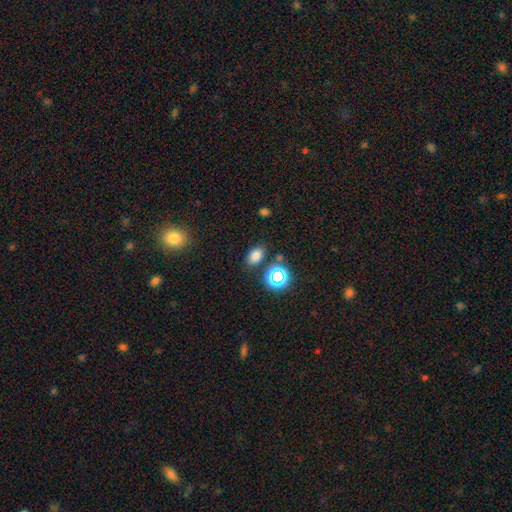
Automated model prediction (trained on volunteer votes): smooth 74%, star or artifact 19%, featured or disk 7%. Down the decision tree: how rounded — in between (82%); merging — none (81%).